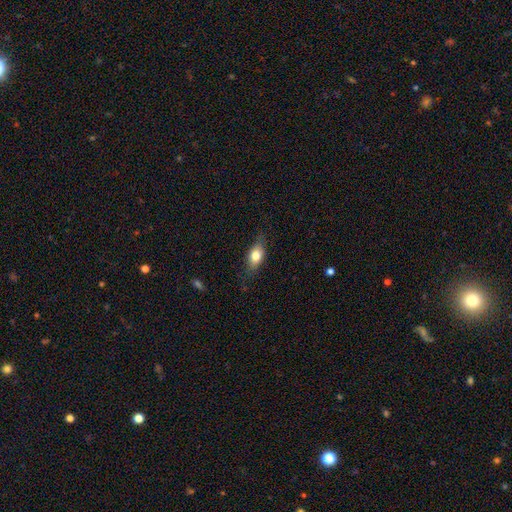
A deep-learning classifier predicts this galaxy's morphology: Smooth or featured? Predicted: smooth (p=0.73). How rounded? Predicted: in between (p=0.79). Merging? Predicted: none (p=0.76).